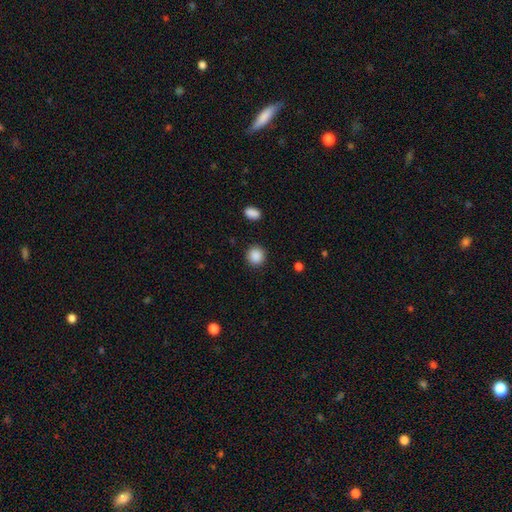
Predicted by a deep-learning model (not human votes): Smooth or featured?
  - smooth: 89% *
  - star or artifact: 9%
  - featured or disk: 2%
How rounded?
  - round: 91% *
  - in between: 8%
  - cigar-shaped: 1%
Merging?
  - none: 91% *
  - minor disturbance: 6%
  - major disturbance: 2%
  - merger: 1%